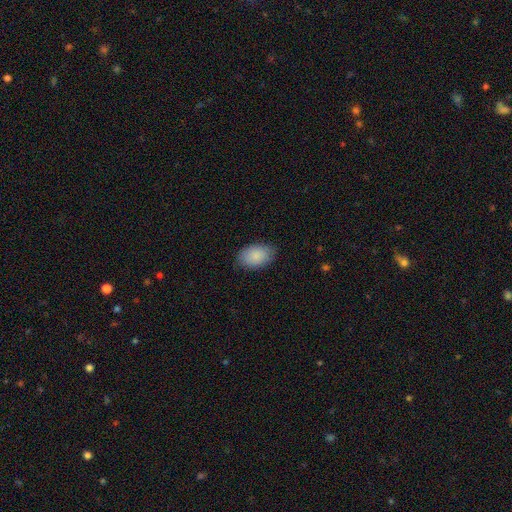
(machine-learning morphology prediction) smooth-or-featured: smooth: 88% | star or artifact: 6% | featured or disk: 5%
  how-rounded: in between: 90% | round: 8% | cigar-shaped: 1%
  merging: none: 83% | minor disturbance: 13% | major disturbance: 3% | merger: 1%